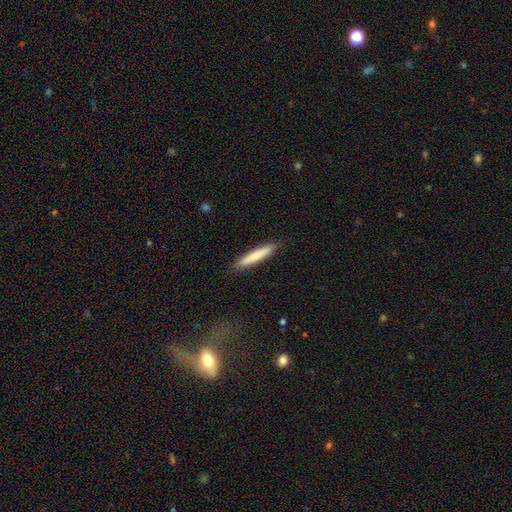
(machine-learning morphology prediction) type=smooth (73%); roundness=cigar-shaped (93%); merging=none (90%).